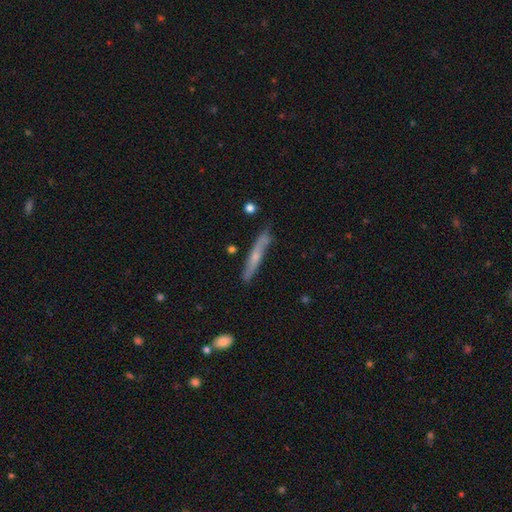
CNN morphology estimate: Q: Smooth or featured?
A: featured or disk (54%); runner-up: smooth (40%)
Q: Edge-on disk?
A: yes (88%); runner-up: no (12%)
Q: Merging?
A: none (80%); runner-up: minor disturbance (15%)